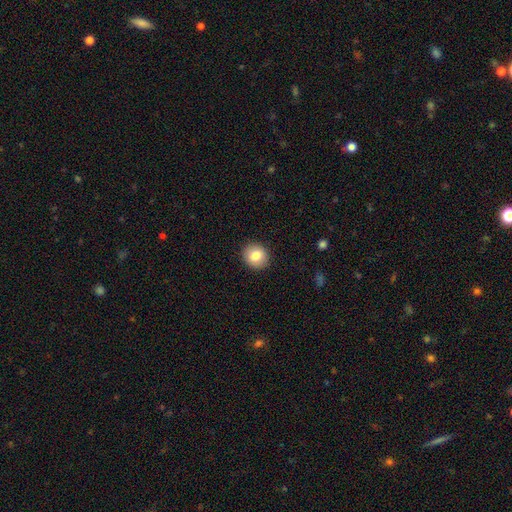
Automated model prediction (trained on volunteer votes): Q: Smooth or featured?
A: smooth (82%); runner-up: featured or disk (9%)
Q: How rounded?
A: round (83%); runner-up: in between (17%)
Q: Merging?
A: none (91%); runner-up: minor disturbance (6%)